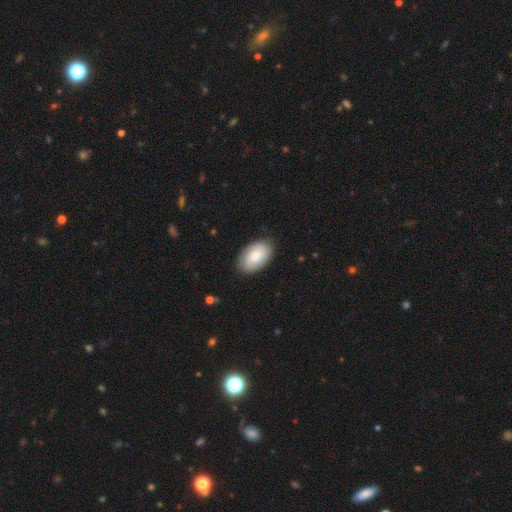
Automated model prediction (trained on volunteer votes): A smooth galaxy with no disk features (75%) that is in between round and cigar-shaped (93%). Merging: none (84%).